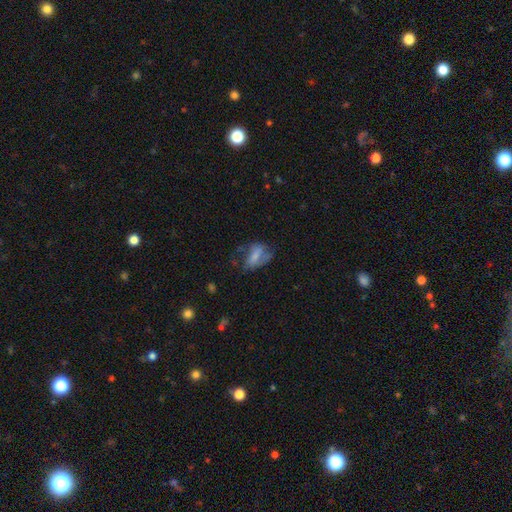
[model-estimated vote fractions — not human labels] A smooth galaxy with no disk features (53%) that is in between round and cigar-shaped (83%). Merging: none (35%).